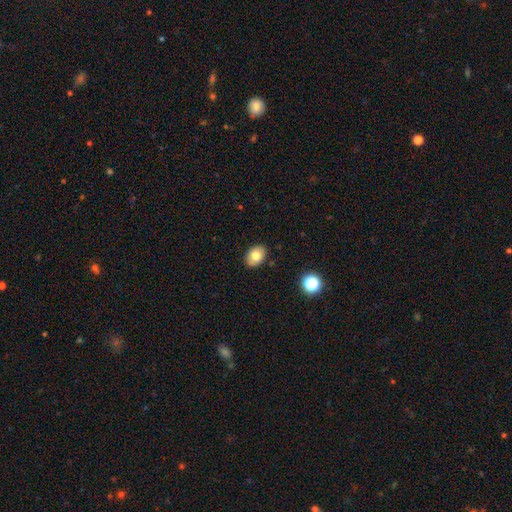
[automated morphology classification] smooth 74%, featured or disk 17%, star or artifact 9%. Down the decision tree: how rounded — in between (77%); merging — none (88%).